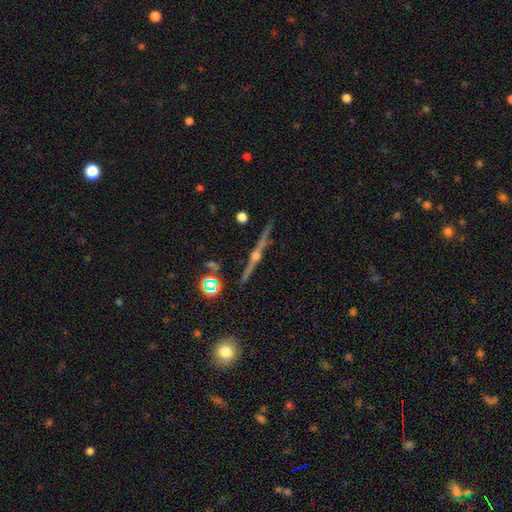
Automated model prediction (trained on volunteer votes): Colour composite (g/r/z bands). It shows a featured or disk galaxy (85%) viewed edge-on (98%) with a rounded central bulge (92%). Merging: none (90%).